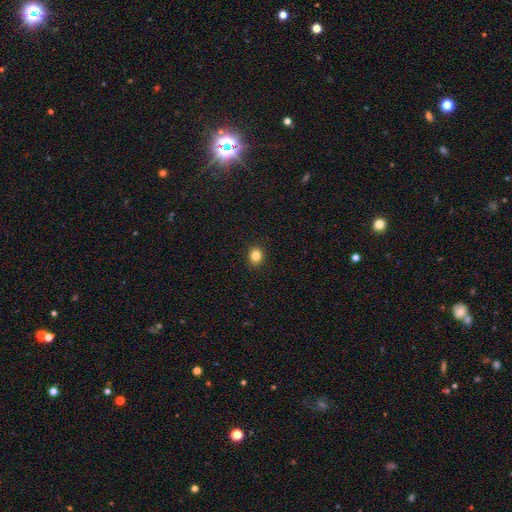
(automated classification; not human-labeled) This is clearly a smooth galaxy (84%). How rounded: likely round (69%). Merging: clearly none (91%).